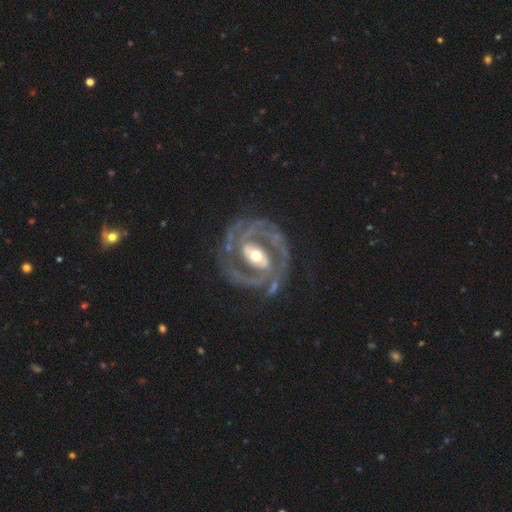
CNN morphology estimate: A featured or disk galaxy (90%) with a strong bar (41%), 2 (78%) tight (49%) spiral arms (95%) and a moderate central bulge (66%).

Vote fractions:
- Smooth or featured? featured or disk: 90% / smooth: 6% / star or artifact: 5%
- Edge-on disk? no: 97% / yes: 3%
- Bar? strong: 41% / weak: 33% / no: 26%
- Spiral arms? yes: 95% / no: 5%
- Spiral winding? tight: 49% / medium: 41% / loose: 10%
- Spiral arm count? 2: 78% / 3: 8% / can't tell: 6% / 1: 3% / 4: 3% / more than 4: 2%
- Bulge size? moderate: 66% / small: 21% / large: 11% / dominant: 1% / none: 1%
- Merging? none: 73% / minor disturbance: 16% / major disturbance: 9% / merger: 3%